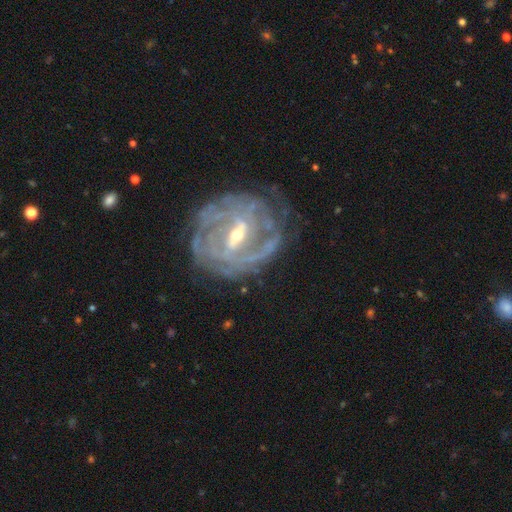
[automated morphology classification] featured or disk 88%, star or artifact 6%, smooth 5%. Down the decision tree: edge-on disk — no (95%); bar — strong (51%); spiral arms — yes (93%); spiral arm count — can't tell (39%); spiral winding — tight (73%); bulge size — small (51%); merging — none (72%).